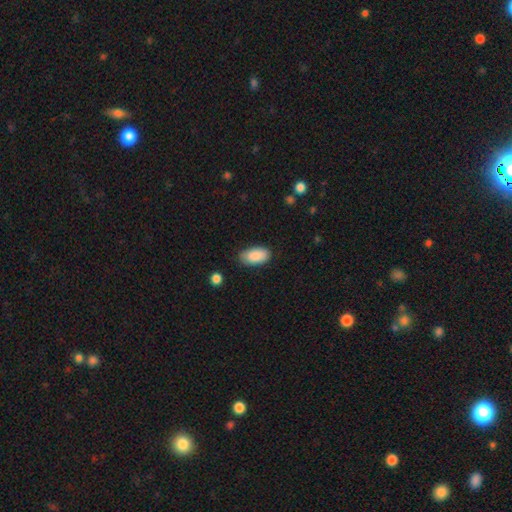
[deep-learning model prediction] Q: Smooth or featured?
A: smooth (89%); runner-up: star or artifact (6%)
Q: How rounded?
A: in between (94%); runner-up: cigar-shaped (3%)
Q: Merging?
A: none (80%); runner-up: minor disturbance (16%)